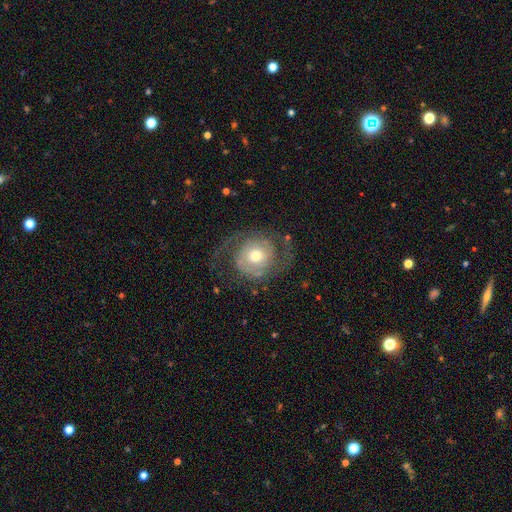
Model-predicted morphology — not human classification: Q: Smooth or featured?
A: featured or disk (81%); runner-up: smooth (13%)
Q: Edge-on disk?
A: no (97%); runner-up: yes (3%)
Q: Bar?
A: no (73%); runner-up: weak (22%)
Q: Spiral arms?
A: yes (93%); runner-up: no (7%)
Q: Spiral winding?
A: medium (45%); runner-up: tight (33%)
Q: Spiral arm count?
A: 2 (84%); runner-up: can't tell (7%)
Q: Bulge size?
A: moderate (63%); runner-up: small (27%)
Q: Merging?
A: none (67%); runner-up: major disturbance (16%)